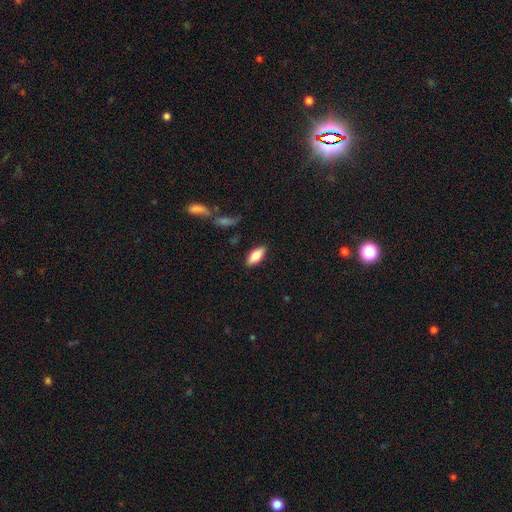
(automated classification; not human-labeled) Smooth or featured?
  - smooth: 76% *
  - featured or disk: 18%
  - star or artifact: 6%
How rounded?
  - in between: 81% *
  - cigar-shaped: 17%
  - round: 2%
Merging?
  - none: 87% *
  - minor disturbance: 9%
  - major disturbance: 2%
  - merger: 2%